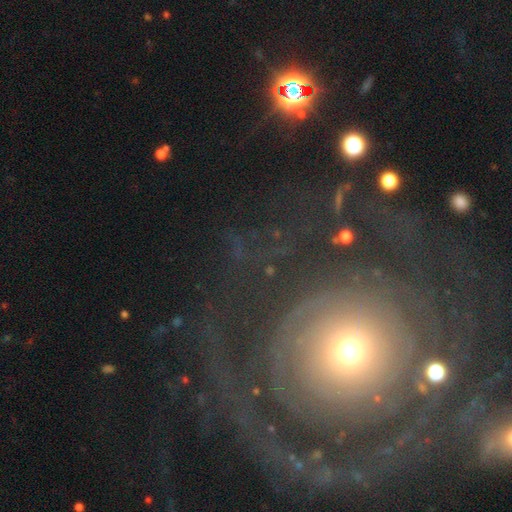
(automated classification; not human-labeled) This is likely a featured or disk galaxy (67%). It is clearly not viewed edge-on (97%). Bar: clearly no (88%). Spiral arm pattern: likely yes (69%). Central bulge: possibly small (50%). Merging: likely none (66%).